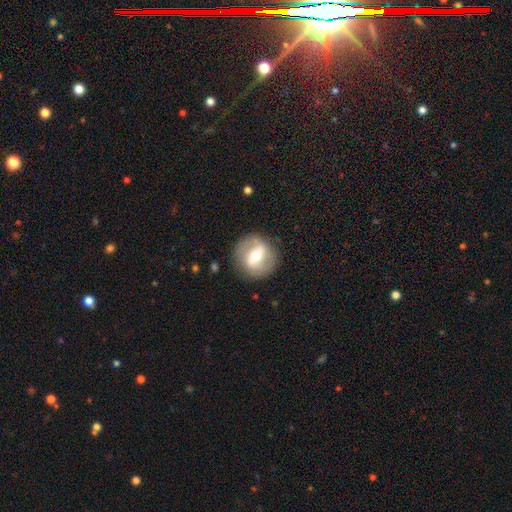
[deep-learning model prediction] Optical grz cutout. It shows a featured or disk galaxy (62%) with a strong bar (51%), no spiral arms (51%) and a moderate central bulge (67%). Merging: none (86%).